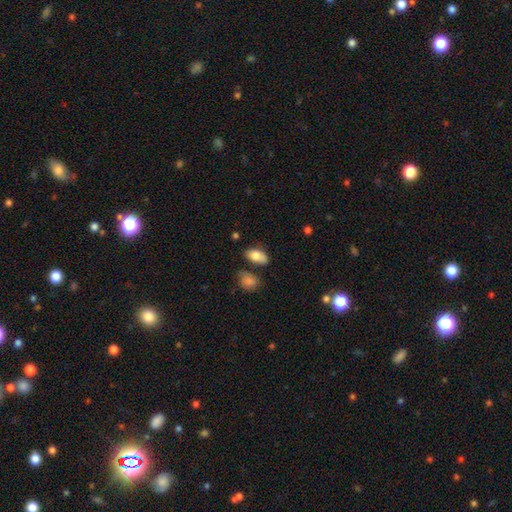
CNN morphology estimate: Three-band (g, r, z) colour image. It shows a smooth galaxy with no disk features (80%) that is in between round and cigar-shaped (91%). Merging: none (61%).